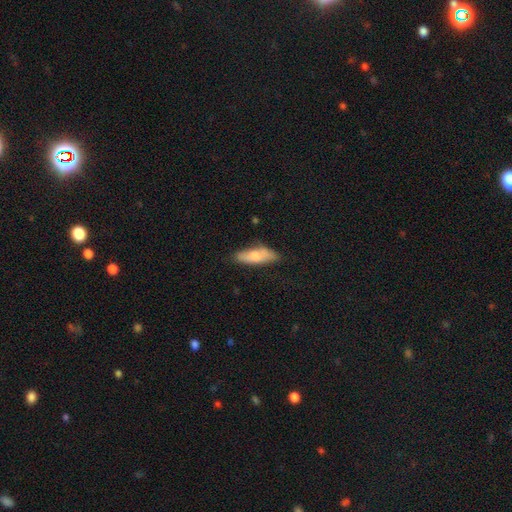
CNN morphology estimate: smooth-or-featured: smooth: 72% | featured or disk: 22% | star or artifact: 6%
  how-rounded: in between: 62% | cigar-shaped: 35% | round: 2%
  merging: none: 66% | minor disturbance: 25% | major disturbance: 6% | merger: 3%